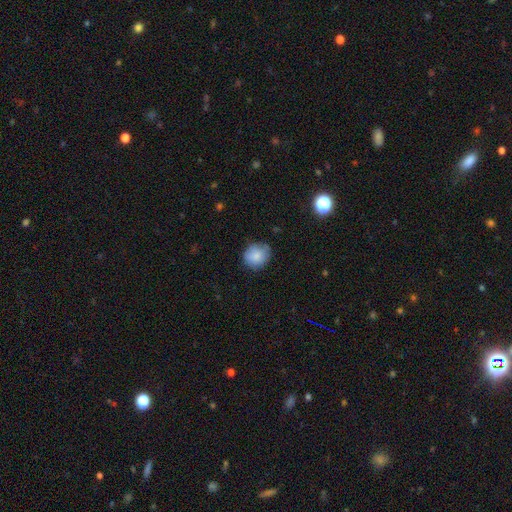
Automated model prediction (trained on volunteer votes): Smooth or featured? smooth (85%)
How rounded? round (78%)
Merging? none (75%)